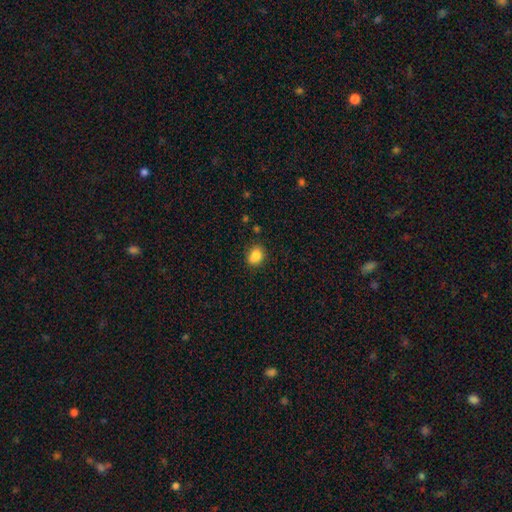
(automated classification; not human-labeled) This is clearly a smooth galaxy (85%). How rounded: possibly in between (54%). Merging: clearly none (82%).